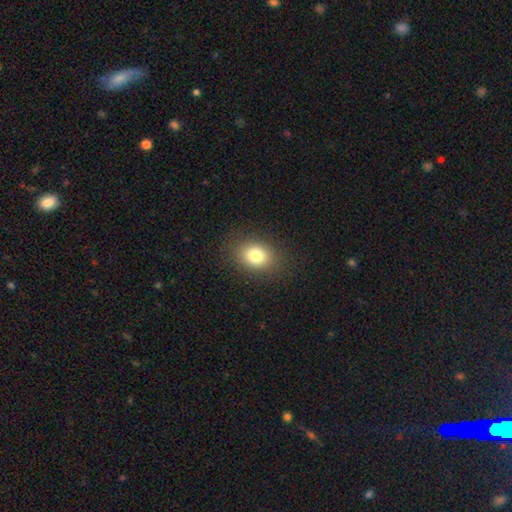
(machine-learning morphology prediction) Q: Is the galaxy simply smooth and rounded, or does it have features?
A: smooth — 80%.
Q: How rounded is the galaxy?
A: in between — 53%.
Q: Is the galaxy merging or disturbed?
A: none — 87%.